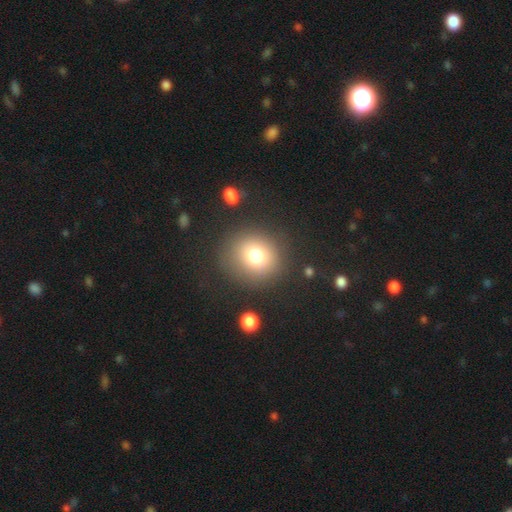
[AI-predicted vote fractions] Smooth or featured?
  - smooth: 76% *
  - star or artifact: 13%
  - featured or disk: 10%
How rounded?
  - round: 86% *
  - in between: 13%
  - cigar-shaped: 1%
Merging?
  - none: 83% *
  - minor disturbance: 9%
  - major disturbance: 5%
  - merger: 3%